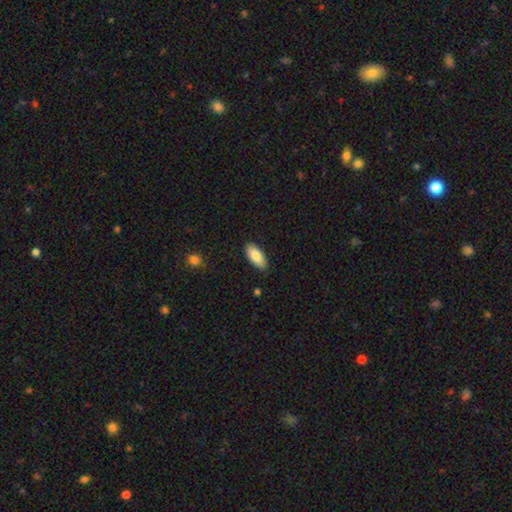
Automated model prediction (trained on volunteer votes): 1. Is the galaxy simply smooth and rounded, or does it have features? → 84% smooth, 10% featured or disk, 6% star or artifact.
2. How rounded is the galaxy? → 86% in between, 12% cigar-shaped, 2% round.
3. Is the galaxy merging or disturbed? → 88% none, 9% minor disturbance, 2% major disturbance, 1% merger.